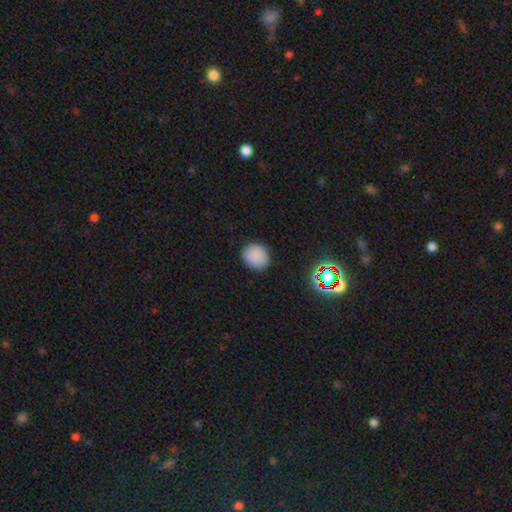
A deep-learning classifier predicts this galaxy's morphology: This is clearly a smooth galaxy (85%). How rounded: clearly round (81%). Merging: clearly none (89%).